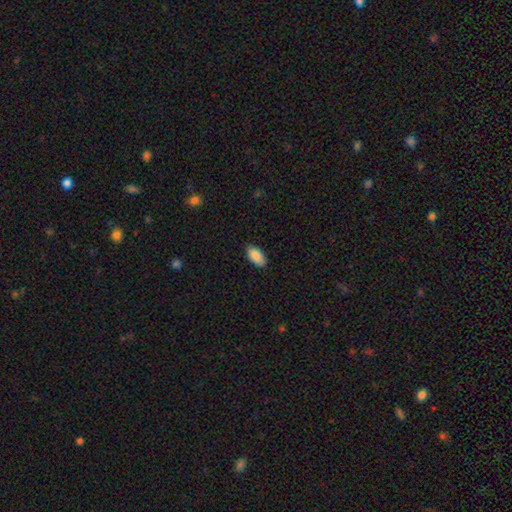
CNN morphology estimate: Overall: smooth (89%). How rounded: in between (95%). Merging: none (87%).